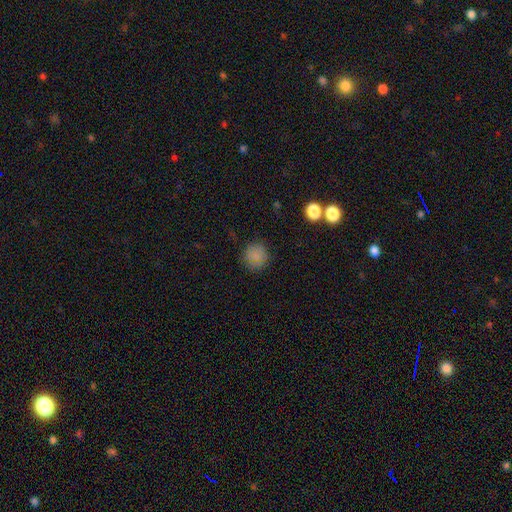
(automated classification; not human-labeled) Smooth or featured? Predicted: smooth (p=0.81). How rounded? Predicted: round (p=0.91). Merging? Predicted: none (p=0.84).